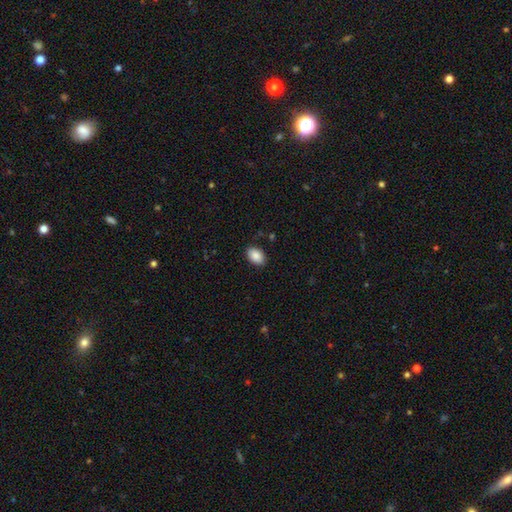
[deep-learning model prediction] This appears to be a smooth galaxy with no disk features (89%) that is in between round and cigar-shaped (84%). Merging: none (87%).